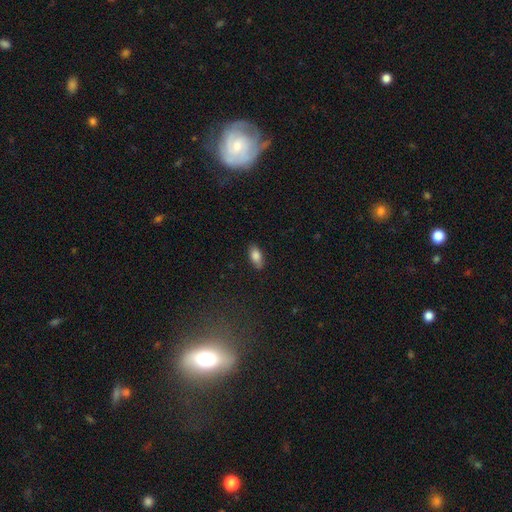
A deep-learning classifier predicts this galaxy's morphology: smooth_or_featured: smooth (p=0.83) [alt: featured or disk p=0.10]
how_rounded: in between (p=0.88) [alt: cigar-shaped p=0.10]
merging: none (p=0.82) [alt: minor disturbance p=0.14]